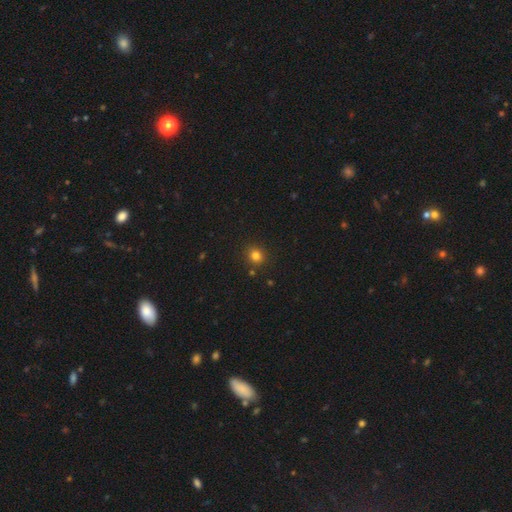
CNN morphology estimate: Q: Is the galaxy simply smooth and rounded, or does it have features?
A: smooth — 81%.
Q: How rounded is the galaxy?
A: round — 85%.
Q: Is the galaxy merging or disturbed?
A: none — 87%.